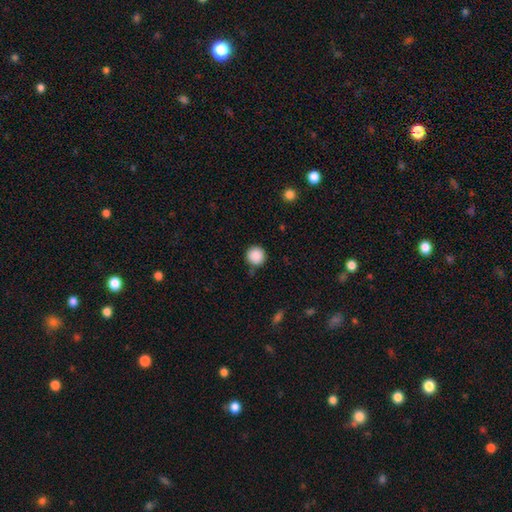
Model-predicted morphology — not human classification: The model was most divided on "merging": none: 86%, minor disturbance: 9%, major disturbance: 3%, merger: 2%. More confident: how rounded — round (95%); smooth or featured — smooth (89%).